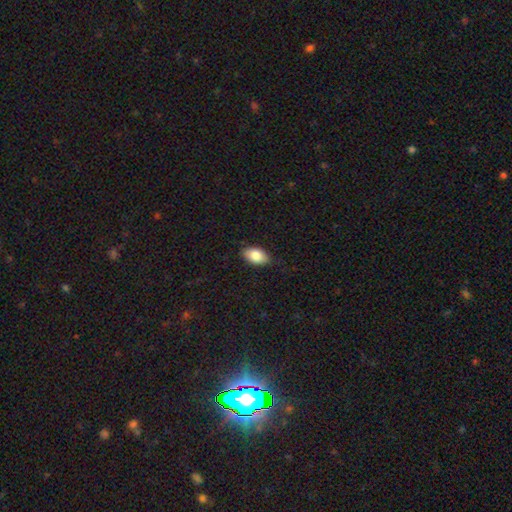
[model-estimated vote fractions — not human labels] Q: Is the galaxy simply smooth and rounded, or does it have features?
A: smooth — 85%.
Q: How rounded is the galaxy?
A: in between — 93%.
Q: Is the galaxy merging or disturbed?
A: none — 83%.